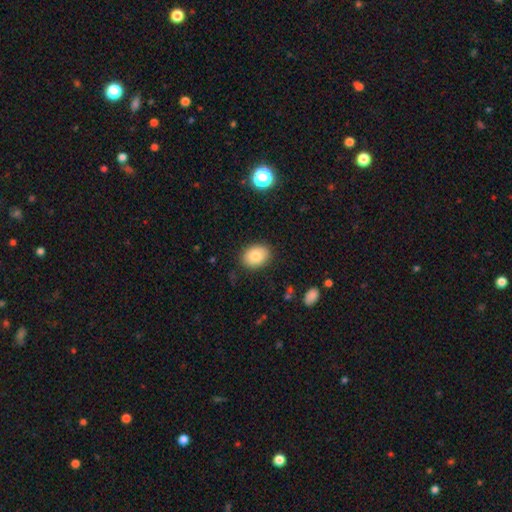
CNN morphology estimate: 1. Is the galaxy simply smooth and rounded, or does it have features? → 84% smooth, 8% featured or disk, 8% star or artifact.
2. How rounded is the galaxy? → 65% in between, 35% round, 1% cigar-shaped.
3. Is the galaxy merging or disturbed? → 87% none, 10% minor disturbance, 3% major disturbance, 1% merger.